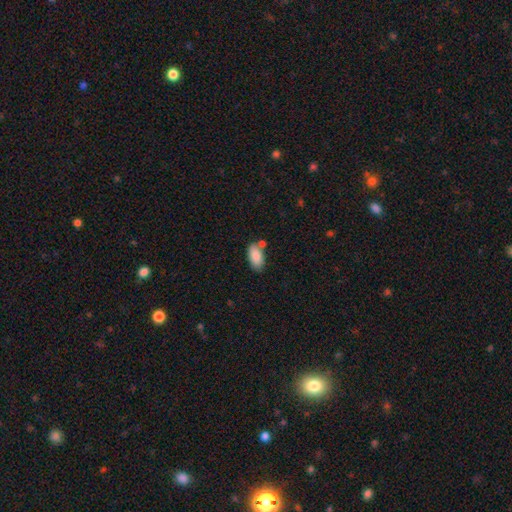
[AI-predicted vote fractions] smooth 87%, star or artifact 7%, featured or disk 6%. Down the decision tree: how rounded — in between (93%); merging — none (67%).